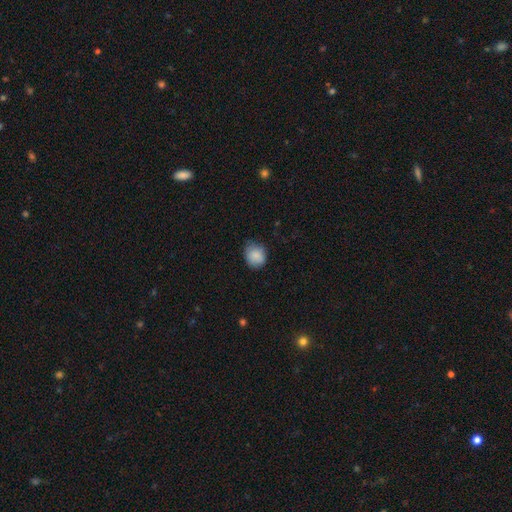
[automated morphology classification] smooth-or-featured: smooth: 86% | star or artifact: 8% | featured or disk: 6%
  how-rounded: round: 64% | in between: 35% | cigar-shaped: 1%
  merging: none: 67% | minor disturbance: 27% | major disturbance: 5% | merger: 1%